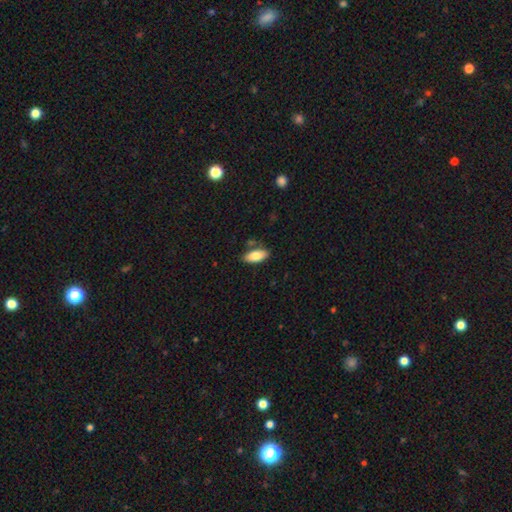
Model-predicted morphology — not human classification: A smooth galaxy with no disk features (80%) that is in between round and cigar-shaped (86%). Merging: none (80%).